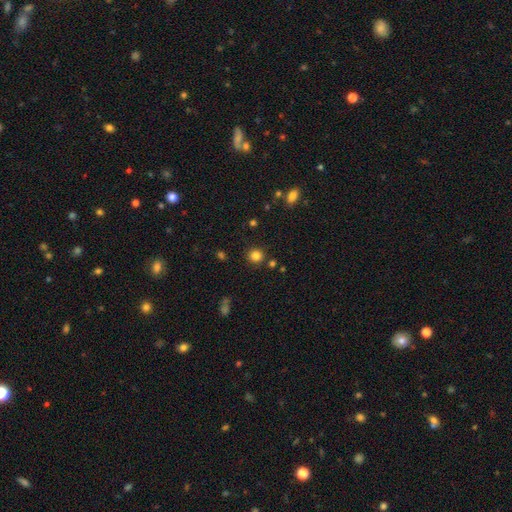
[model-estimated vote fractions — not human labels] Q: Smooth or featured?
A: smooth (82%); runner-up: star or artifact (13%)
Q: How rounded?
A: round (92%); runner-up: in between (7%)
Q: Merging?
A: none (87%); runner-up: minor disturbance (7%)